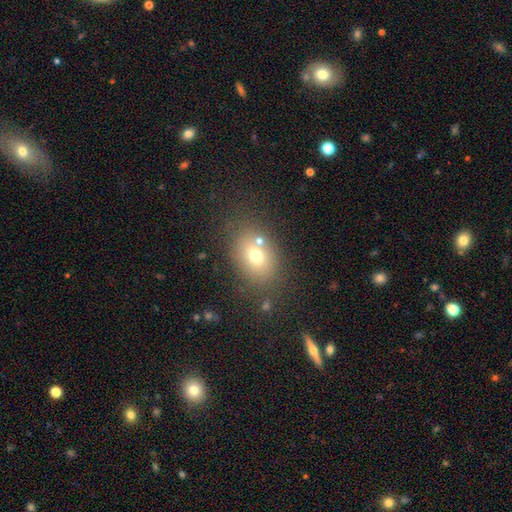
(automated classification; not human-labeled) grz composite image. It shows a smooth galaxy with no disk features (68%) that is in between round and cigar-shaped (66%). Merging: none (70%).